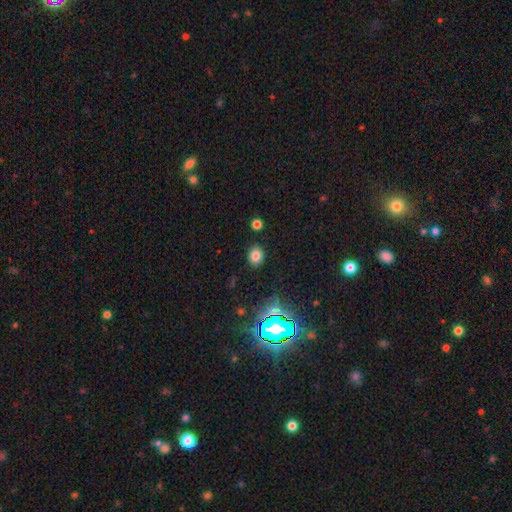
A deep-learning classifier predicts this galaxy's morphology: A smooth galaxy with no disk features (77%) that is round (53%). Merging: none (87%).